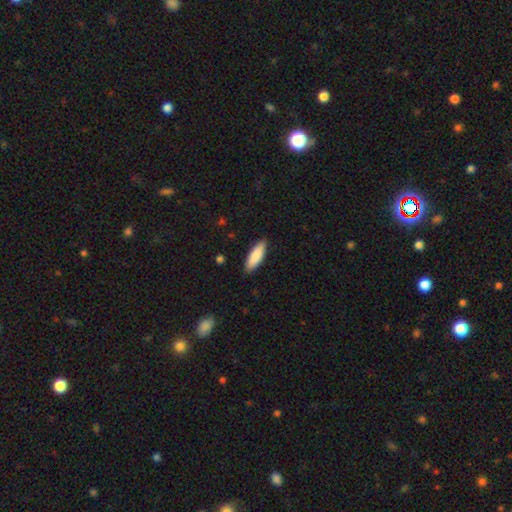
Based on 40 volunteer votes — This appears to be a smooth galaxy with no disk features (80%) that is cigar-shaped (50%). Merging: none (81%).